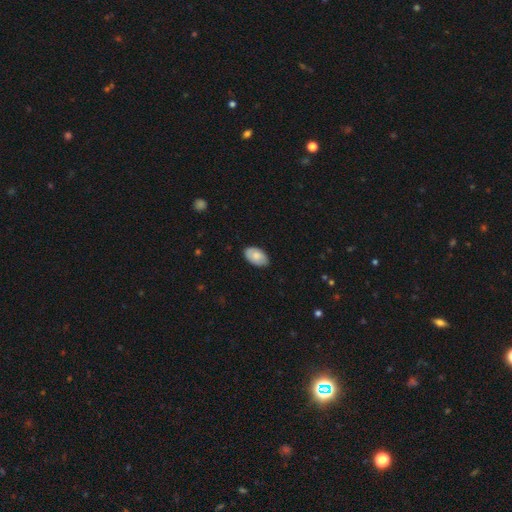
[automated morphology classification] smooth_or_featured: smooth (p=0.79) [alt: featured or disk p=0.15]
how_rounded: in between (p=0.94) [alt: round p=0.05]
merging: none (p=0.84) [alt: minor disturbance p=0.13]